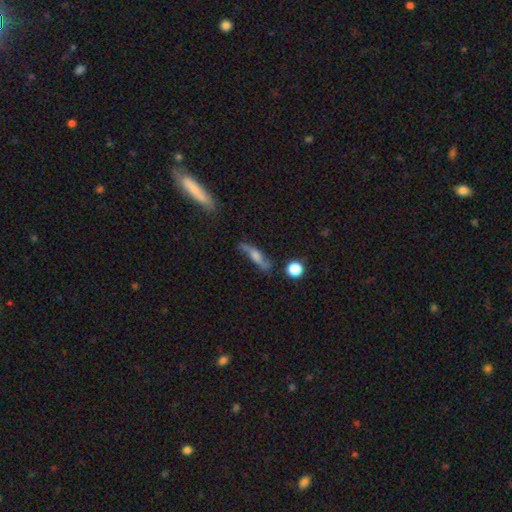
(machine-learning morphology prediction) This appears to be a featured or disk galaxy (59%) viewed edge-on (51%). Merging: none (69%).